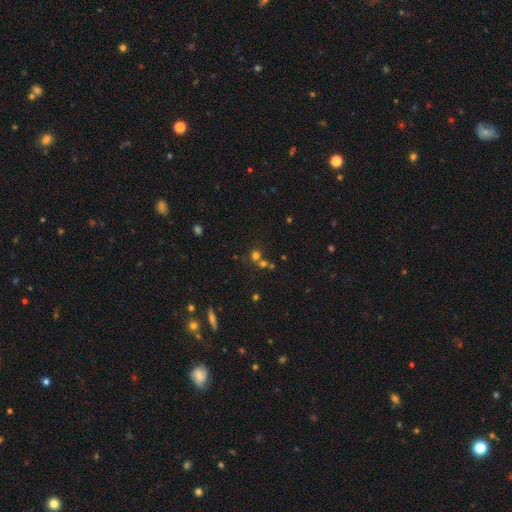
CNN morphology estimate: A smooth galaxy with no disk features (60%) that is round (87%).

Vote fractions:
- Smooth or featured? smooth: 60% / star or artifact: 29% / featured or disk: 11%
- How rounded? round: 87% / in between: 11% / cigar-shaped: 1%
- Merging? none: 56% / merger: 32% / minor disturbance: 8% / major disturbance: 4%